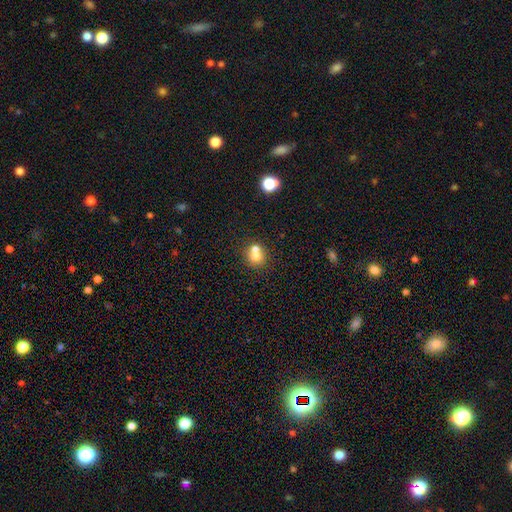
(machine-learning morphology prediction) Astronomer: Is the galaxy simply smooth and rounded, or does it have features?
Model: smooth — 71%.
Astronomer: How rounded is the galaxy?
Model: round — 83%.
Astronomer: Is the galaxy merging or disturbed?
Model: merger — 50% (runner-up: none, 41%).